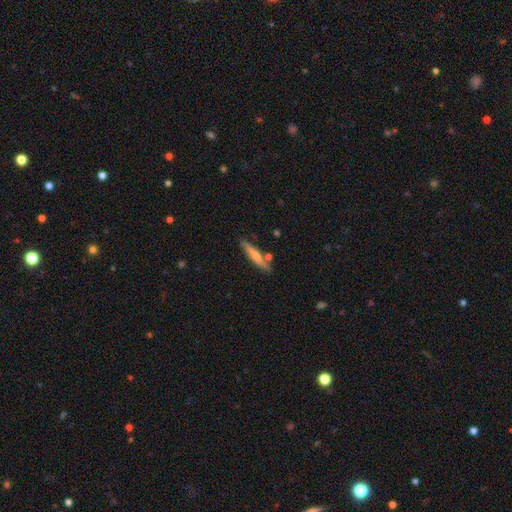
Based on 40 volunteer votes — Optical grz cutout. It shows a smooth galaxy with no disk features (48%, tied with featured or disk) that is cigar-shaped (89%). Merging: none (82%).